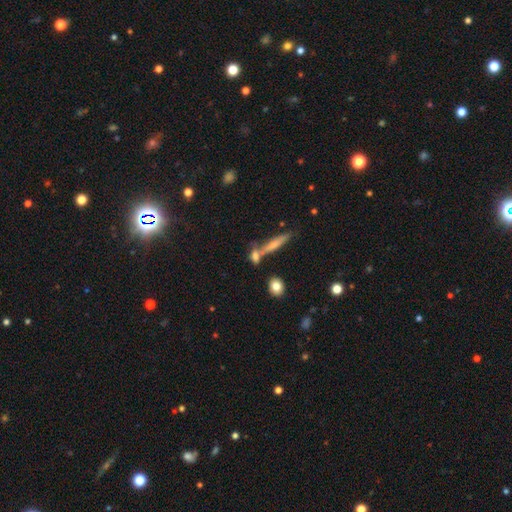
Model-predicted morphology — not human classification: Smooth or featured: smooth — 63% (featured or disk — 25%)
How rounded: cigar-shaped — 51% (in between — 35%)
Merging: none — 54% (merger — 28%)